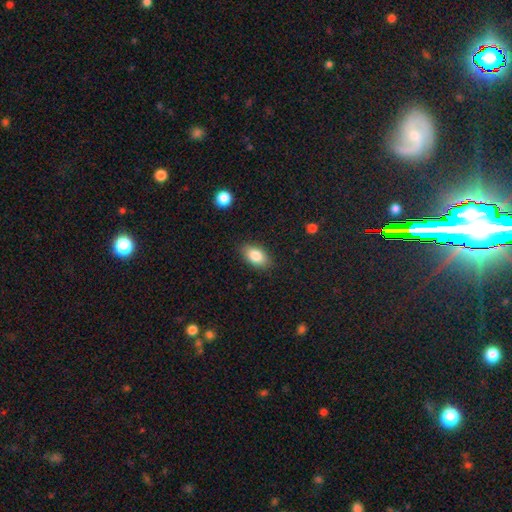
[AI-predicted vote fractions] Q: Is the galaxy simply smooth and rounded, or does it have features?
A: smooth — 85%.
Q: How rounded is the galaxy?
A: in between — 91%.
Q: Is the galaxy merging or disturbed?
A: none — 86%.